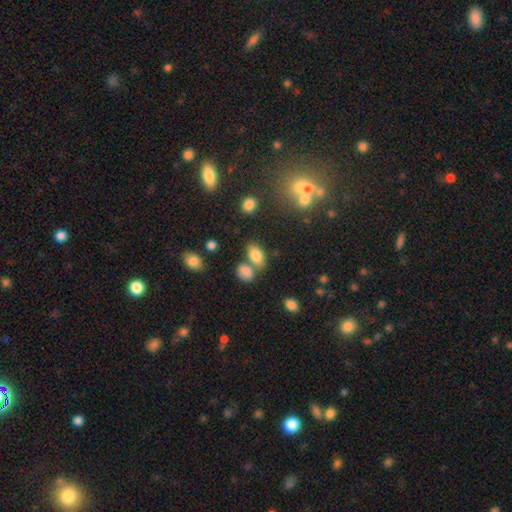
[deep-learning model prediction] Smooth or featured: smooth — 80% (star or artifact — 11%)
How rounded: in between — 88% (round — 10%)
Merging: none — 56% (merger — 28%)